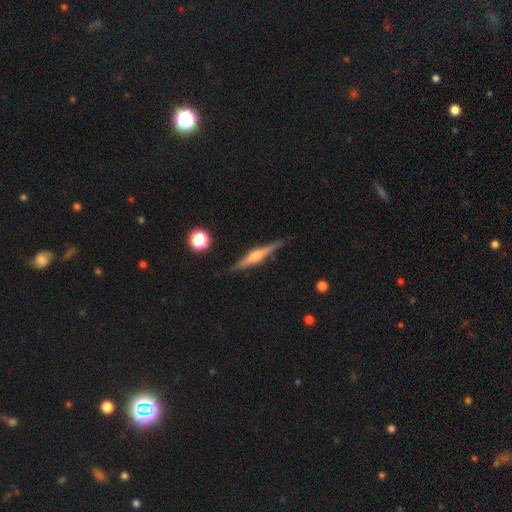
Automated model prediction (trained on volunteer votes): Q: Smooth or featured?
A: featured or disk (78%); runner-up: smooth (16%)
Q: Edge-on disk?
A: yes (98%); runner-up: no (2%)
Q: Edge-on bulge?
A: rounded (86%); runner-up: boxy (10%)
Q: Merging?
A: none (90%); runner-up: minor disturbance (7%)